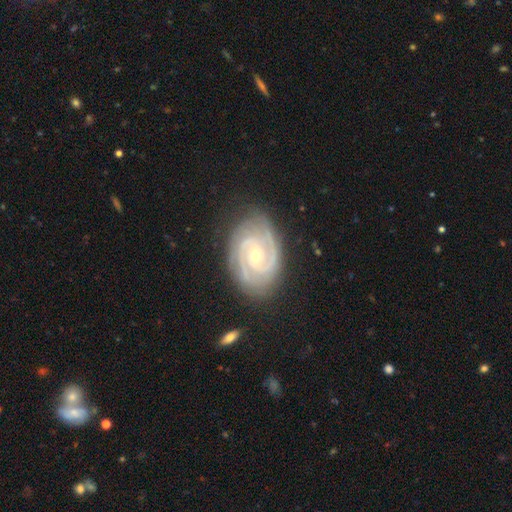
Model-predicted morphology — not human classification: type=featured or disk (91%); edge-on=no (97%); bar=no (63%); spiral arms=yes (98%); winding=tight (73%); arm count=2 (49%); bulge=small (71%); merging=none (79%).